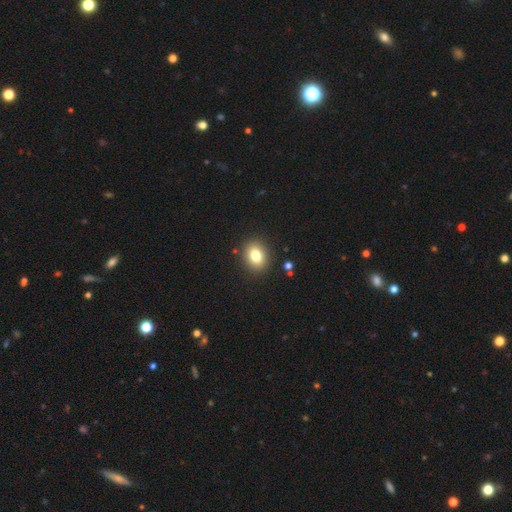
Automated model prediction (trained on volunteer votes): A smooth galaxy with no disk features (80%) that is in between round and cigar-shaped (53%). Merging: none (88%).